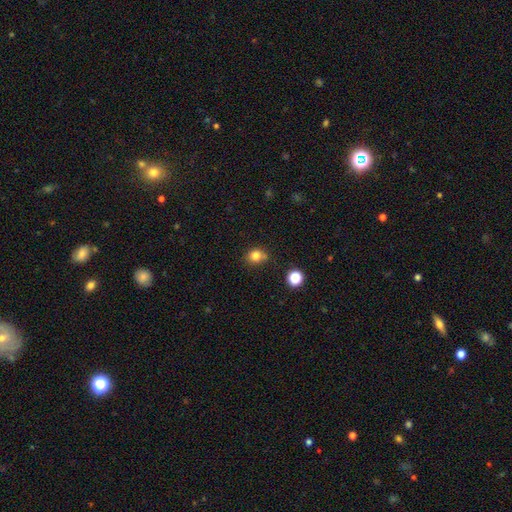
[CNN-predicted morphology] Smooth or featured?
  - smooth: 80% *
  - star or artifact: 13%
  - featured or disk: 7%
How rounded?
  - round: 77% *
  - in between: 22%
  - cigar-shaped: 1%
Merging?
  - none: 71% *
  - minor disturbance: 16%
  - merger: 10%
  - major disturbance: 4%